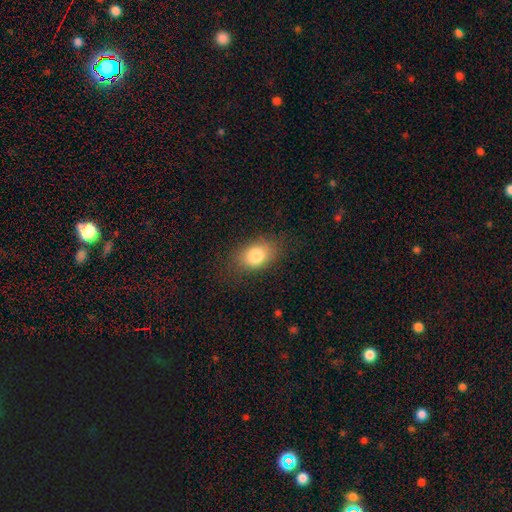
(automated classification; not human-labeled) Q: Smooth or featured?
A: smooth (81%); runner-up: featured or disk (9%)
Q: How rounded?
A: in between (72%); runner-up: round (26%)
Q: Merging?
A: none (75%); runner-up: minor disturbance (17%)